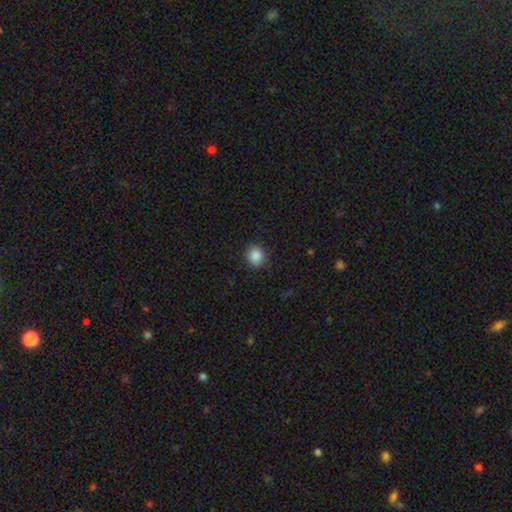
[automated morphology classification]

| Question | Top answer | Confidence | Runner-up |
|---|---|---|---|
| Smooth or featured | smooth | 87% | star or artifact (10%) |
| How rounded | round | 84% | in between (15%) |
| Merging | none | 89% | minor disturbance (7%) |